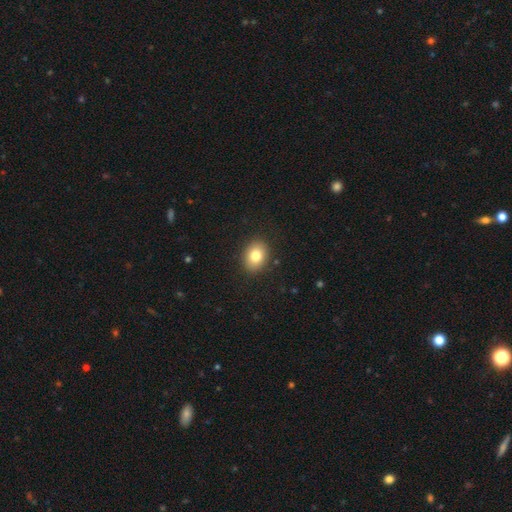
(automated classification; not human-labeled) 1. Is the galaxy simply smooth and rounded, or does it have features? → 81% smooth, 10% featured or disk, 9% star or artifact.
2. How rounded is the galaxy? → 61% in between, 38% round, 1% cigar-shaped.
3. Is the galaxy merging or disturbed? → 89% none, 8% minor disturbance, 2% major disturbance, 1% merger.